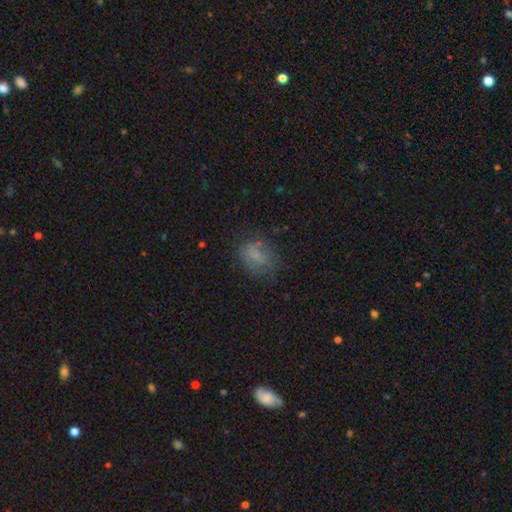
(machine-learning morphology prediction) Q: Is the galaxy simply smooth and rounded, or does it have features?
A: smooth — 69%.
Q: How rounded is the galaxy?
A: in between — 70%.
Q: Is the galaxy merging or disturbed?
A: none — 67%.